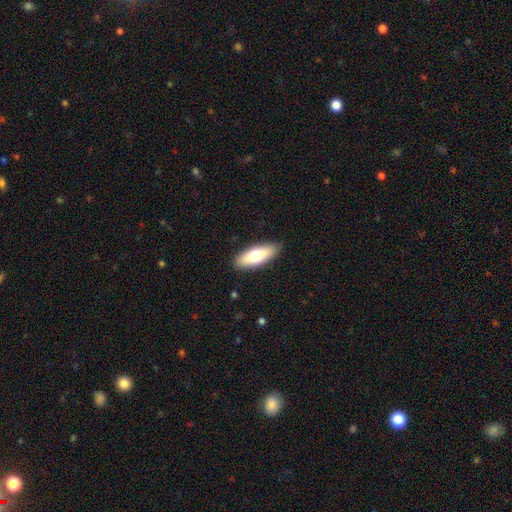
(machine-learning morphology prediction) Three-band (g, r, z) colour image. It shows a smooth galaxy with no disk features (69%) that is in between round and cigar-shaped (65%). Merging: none (87%).